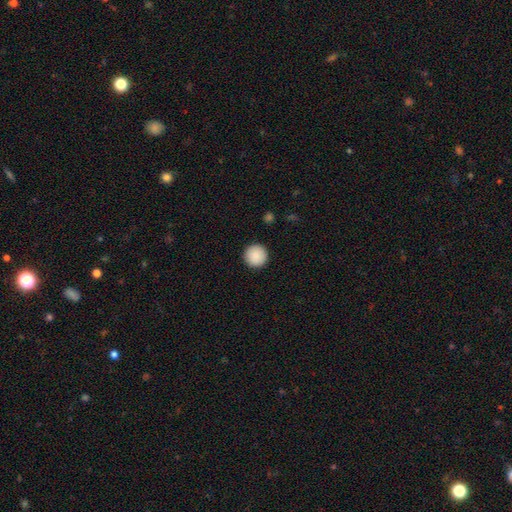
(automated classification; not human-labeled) The model was most divided on "smooth or featured": smooth: 90%, star or artifact: 7%, featured or disk: 3%. More confident: how rounded — round (96%); merging — none (93%).